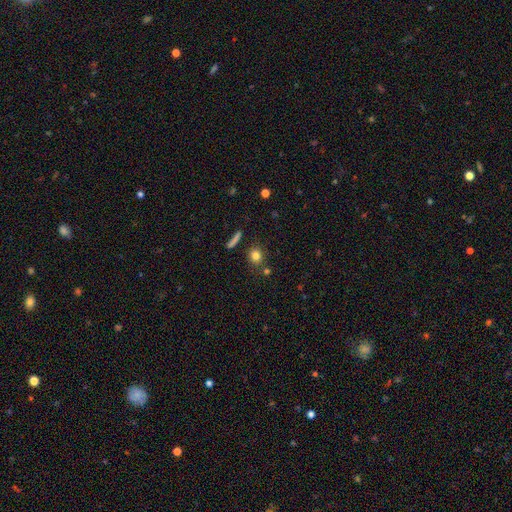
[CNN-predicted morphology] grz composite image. It shows a smooth galaxy with no disk features (79%) that is round (81%). Merging: none (79%).